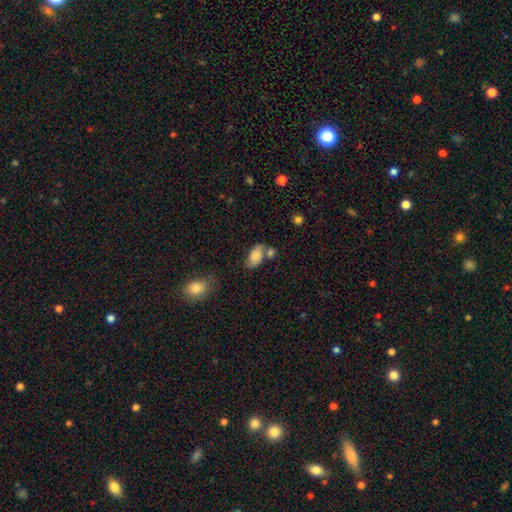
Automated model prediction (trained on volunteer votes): smooth_or_featured: smooth (p=0.69) [alt: featured or disk p=0.23]
how_rounded: in between (p=0.92) [alt: round p=0.06]
merging: none (p=0.46) [alt: minor disturbance p=0.23]